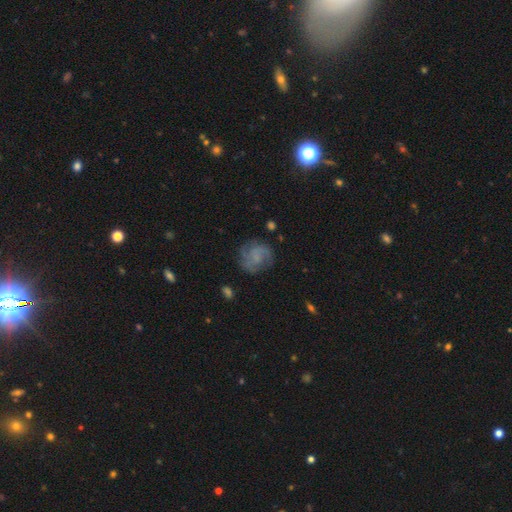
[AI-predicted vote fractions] A featured or disk galaxy (62%) with no bar (63%), 2 (53%) medium (46%) spiral arms (89%) and no central bulge (53%).

Vote fractions:
- Smooth or featured? featured or disk: 62% / smooth: 29% / star or artifact: 9%
- Edge-on disk? no: 98% / yes: 2%
- Bar? no: 63% / weak: 31% / strong: 5%
- Spiral arms? yes: 89% / no: 11%
- Spiral winding? medium: 46% / tight: 32% / loose: 22%
- Spiral arm count? 2: 53% / can't tell: 19% / 3: 16% / 1: 5% / 4: 4% / more than 4: 3%
- Bulge size? none: 53% / small: 29% / moderate: 13% / large: 3% / dominant: 1%
- Merging? none: 73% / minor disturbance: 17% / major disturbance: 9% / merger: 2%